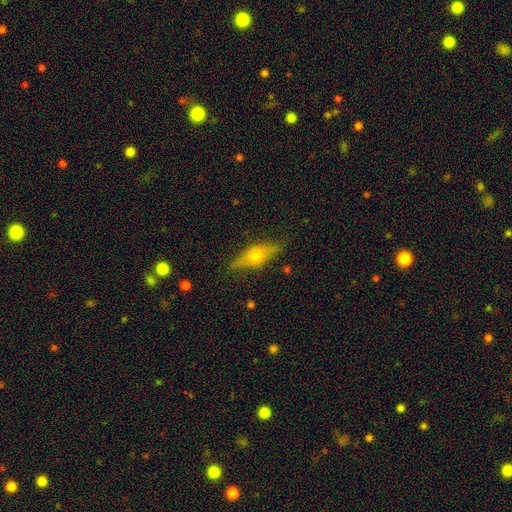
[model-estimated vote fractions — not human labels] Smooth or featured? Predicted: featured or disk (p=0.61). Edge-on disk? Predicted: yes (p=0.89). Edge-on bulge? Predicted: rounded (p=0.94). Merging? Predicted: none (p=0.85).